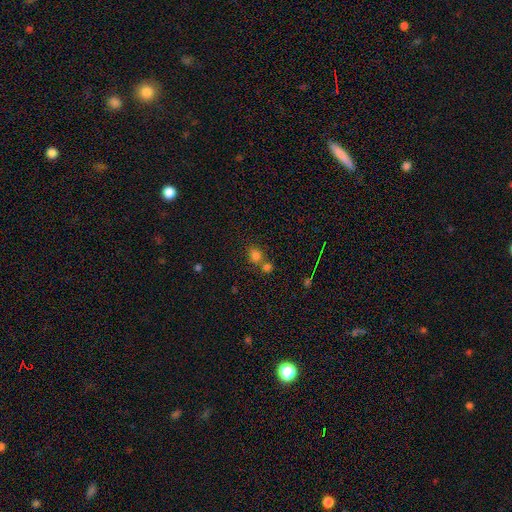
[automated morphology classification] Q: Smooth or featured?
A: smooth (76%); runner-up: star or artifact (17%)
Q: How rounded?
A: round (67%); runner-up: in between (32%)
Q: Merging?
A: none (55%); runner-up: merger (32%)